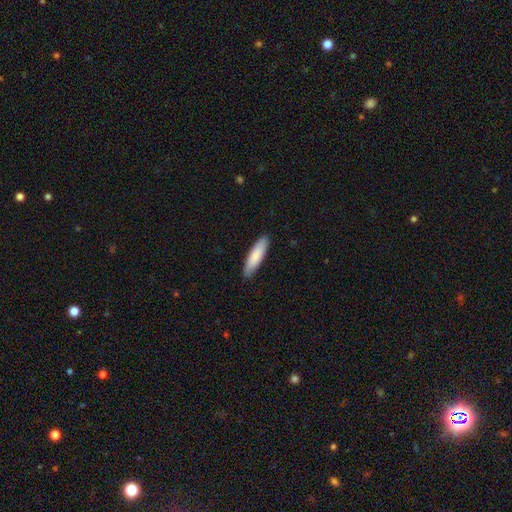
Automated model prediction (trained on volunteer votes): Q: Smooth or featured?
A: smooth (85%); runner-up: featured or disk (10%)
Q: How rounded?
A: cigar-shaped (64%); runner-up: in between (35%)
Q: Merging?
A: none (89%); runner-up: minor disturbance (9%)